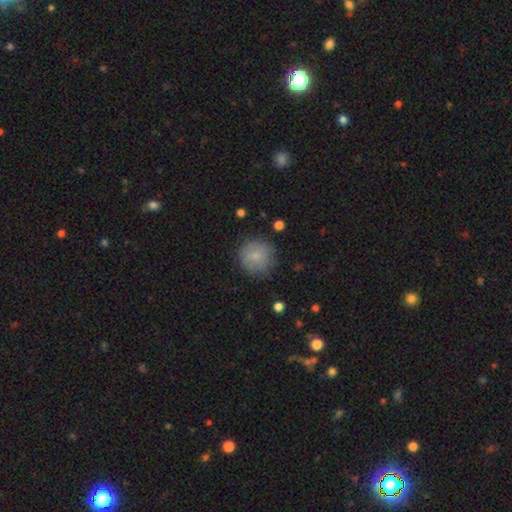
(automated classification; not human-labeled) Overall: smooth (82%). How rounded: round (92%). Merging: none (81%).